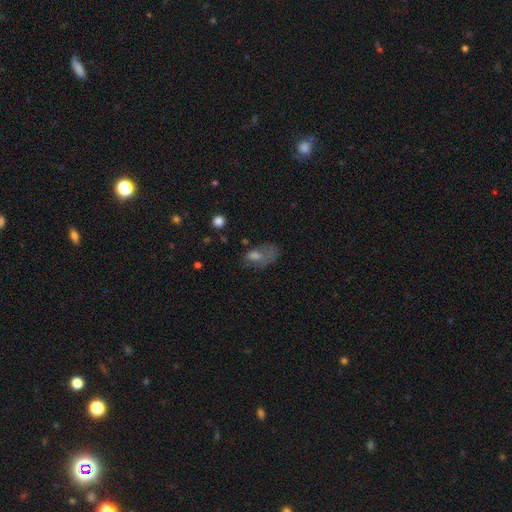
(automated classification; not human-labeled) Smooth or featured?
  - smooth: 49% *
  - featured or disk: 32%
  - star or artifact: 19%
Merging?
  - major disturbance: 40% *
  - none: 31%
  - minor disturbance: 24%
  - merger: 5%